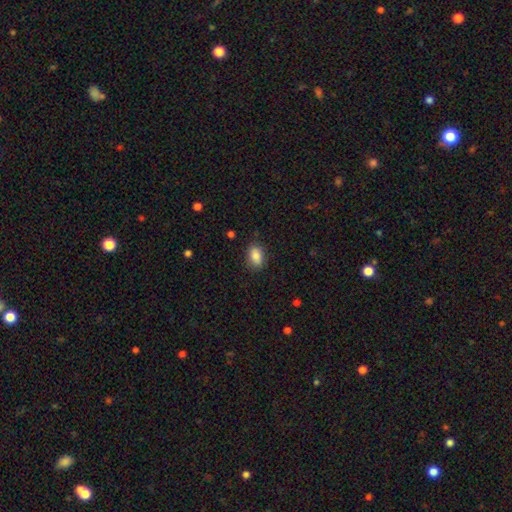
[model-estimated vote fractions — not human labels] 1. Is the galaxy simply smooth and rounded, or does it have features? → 87% smooth, 8% star or artifact, 5% featured or disk.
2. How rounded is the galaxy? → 86% in between, 12% round, 2% cigar-shaped.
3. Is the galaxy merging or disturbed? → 85% none, 11% minor disturbance, 3% major disturbance, 1% merger.